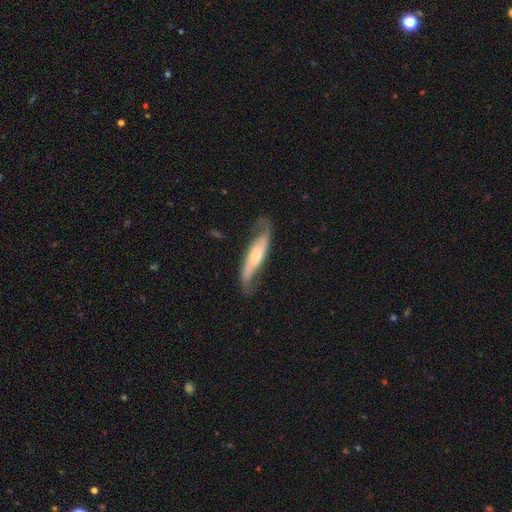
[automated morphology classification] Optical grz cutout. It shows a featured or disk galaxy (77%) with no bar (46%), 2 (89%) loose (59%) spiral arms (93%) and a moderate central bulge (47%). Merging: none (71%).